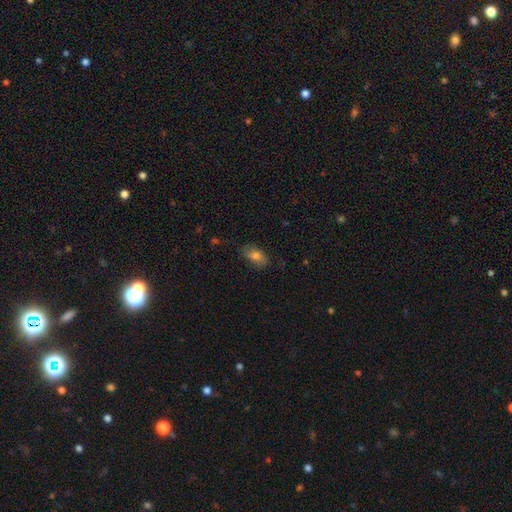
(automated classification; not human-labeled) smooth_or_featured: smooth (p=0.76) [alt: featured or disk p=0.15]
how_rounded: in between (p=0.89) [alt: round p=0.06]
merging: none (p=0.74) [alt: minor disturbance p=0.20]